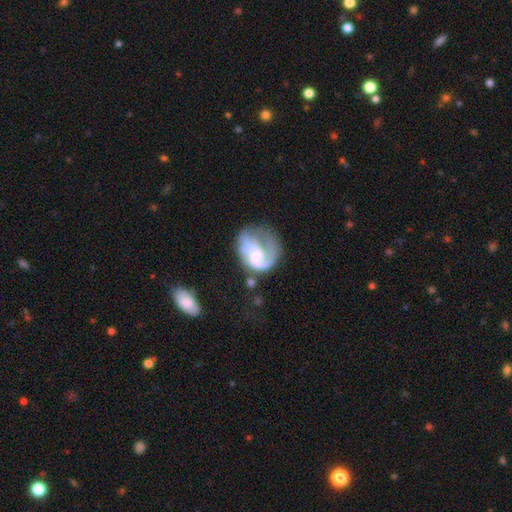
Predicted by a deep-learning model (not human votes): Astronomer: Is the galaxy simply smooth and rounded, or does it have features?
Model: featured or disk — 71%.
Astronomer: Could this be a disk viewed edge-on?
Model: no — 98%.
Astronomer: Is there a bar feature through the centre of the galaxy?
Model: no — 63%.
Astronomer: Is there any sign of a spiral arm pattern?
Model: yes — 84%.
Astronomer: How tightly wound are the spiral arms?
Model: medium — 40% (runner-up: loose, 33%).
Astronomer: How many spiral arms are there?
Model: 2 — 39% (runner-up: 1, 37%).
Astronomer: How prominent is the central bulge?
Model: small — 38% (runner-up: none, 30%).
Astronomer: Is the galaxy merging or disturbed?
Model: none — 38% (runner-up: major disturbance, 33%).